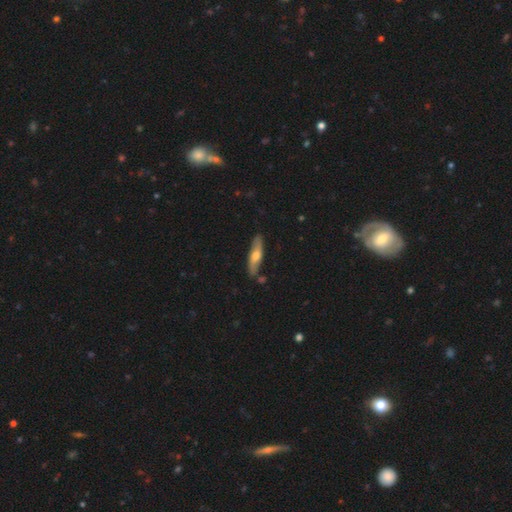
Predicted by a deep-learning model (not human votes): Smooth or featured: smooth — 55% (featured or disk — 39%)
How rounded: cigar-shaped — 64% (in between — 33%)
Merging: none — 82% (minor disturbance — 13%)